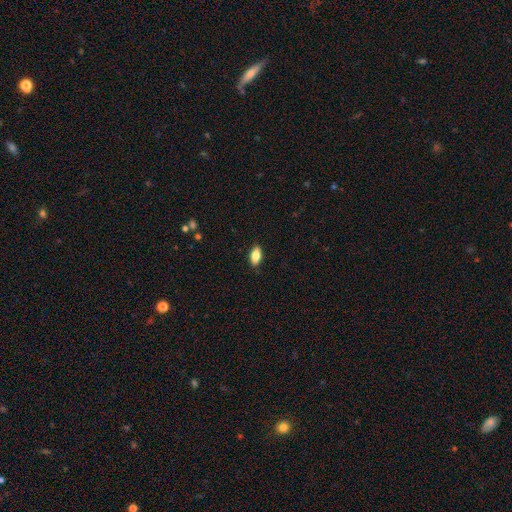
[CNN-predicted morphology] A smooth galaxy with no disk features (80%) that is in between round and cigar-shaped (88%). Merging: none (88%).